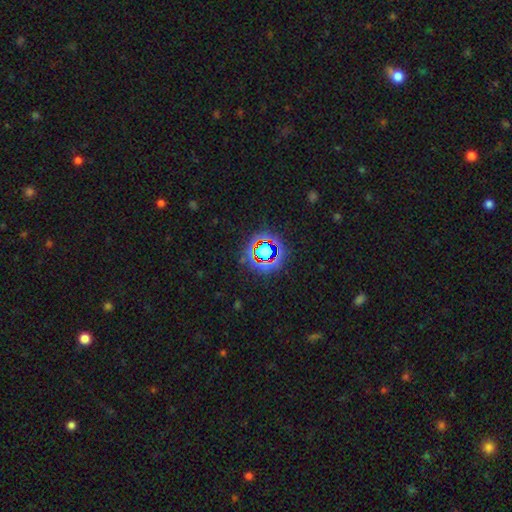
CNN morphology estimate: Smooth or featured? star or artifact (75%)